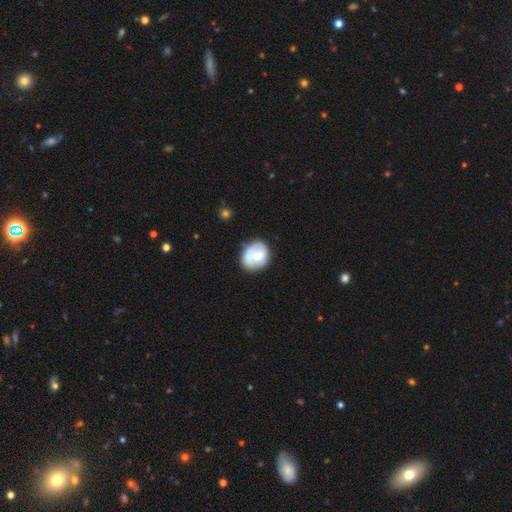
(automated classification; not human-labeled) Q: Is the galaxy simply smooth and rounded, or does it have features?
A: smooth — 57%.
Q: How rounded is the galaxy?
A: round — 57%.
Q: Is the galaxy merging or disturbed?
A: none — 56%.